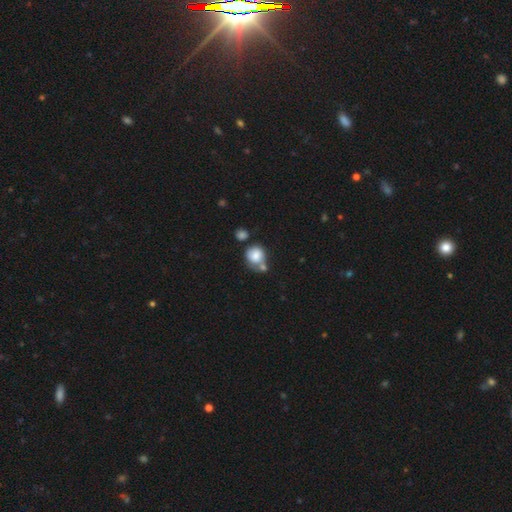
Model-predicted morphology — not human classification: Smooth or featured: smooth — 80% (featured or disk — 12%)
How rounded: round — 80% (in between — 19%)
Merging: none — 43% (merger — 34%)